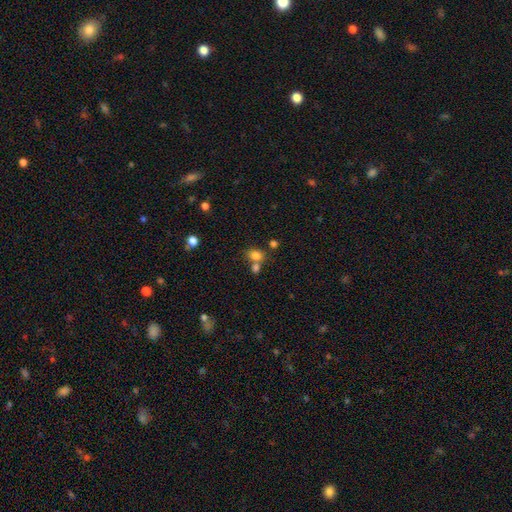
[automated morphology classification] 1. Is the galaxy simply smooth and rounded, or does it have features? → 78% smooth, 14% star or artifact, 8% featured or disk.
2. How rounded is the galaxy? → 54% round, 45% in between, 1% cigar-shaped.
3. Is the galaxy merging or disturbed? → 50% none, 35% merger, 10% minor disturbance, 4% major disturbance.